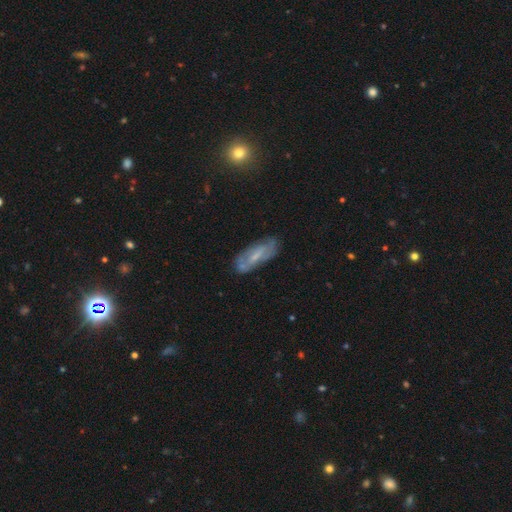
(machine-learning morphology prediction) smooth_or_featured: featured or disk (p=0.55) [alt: smooth p=0.37]
disk_edge_on: no (p=0.80) [alt: yes p=0.20]
merging: none (p=0.70) [alt: minor disturbance p=0.20]